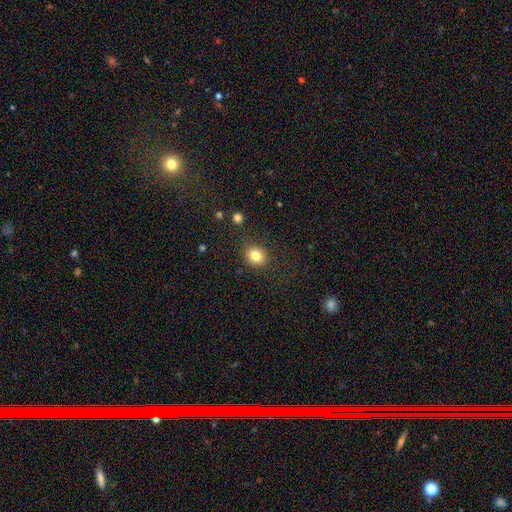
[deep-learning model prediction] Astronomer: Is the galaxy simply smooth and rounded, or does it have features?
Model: smooth — 82%.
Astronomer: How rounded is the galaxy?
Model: round — 69%.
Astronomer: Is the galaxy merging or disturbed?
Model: none — 85%.